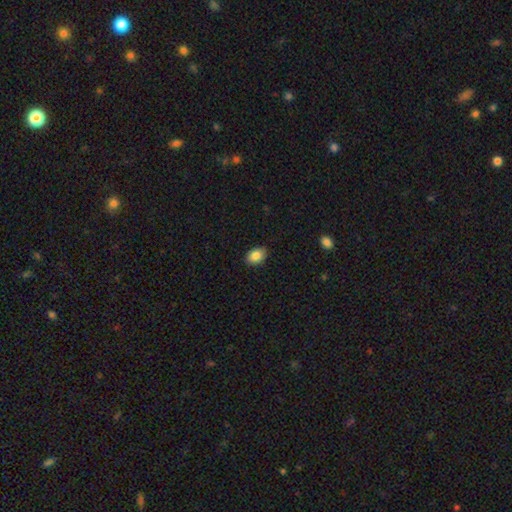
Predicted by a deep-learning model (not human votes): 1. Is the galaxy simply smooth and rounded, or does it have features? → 86% smooth, 8% star or artifact, 6% featured or disk.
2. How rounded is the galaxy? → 82% in between, 16% round, 1% cigar-shaped.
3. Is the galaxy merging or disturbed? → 87% none, 10% minor disturbance, 2% major disturbance, 1% merger.